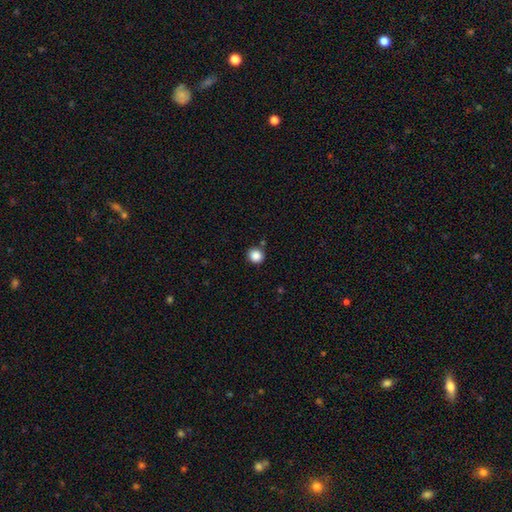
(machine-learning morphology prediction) Q: Smooth or featured?
A: smooth (87%); runner-up: star or artifact (10%)
Q: How rounded?
A: round (90%); runner-up: in between (9%)
Q: Merging?
A: none (86%); runner-up: minor disturbance (7%)